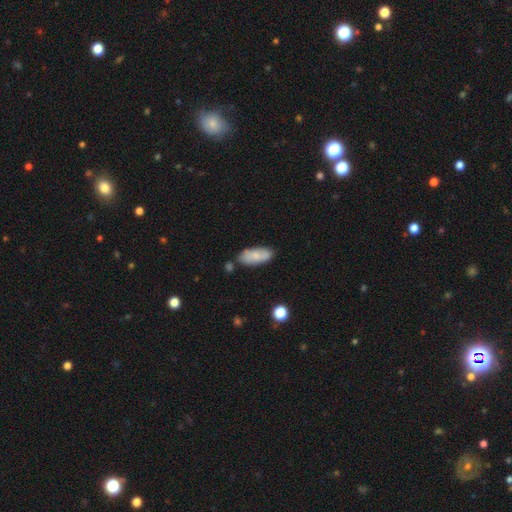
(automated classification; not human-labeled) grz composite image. It shows a smooth galaxy with no disk features (74%) that is in between round and cigar-shaped (83%). Merging: none (73%).